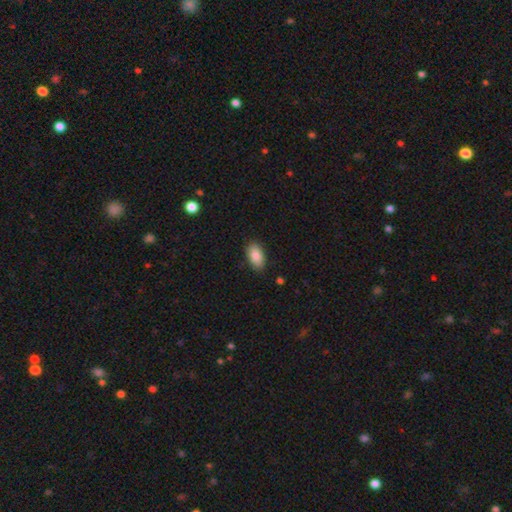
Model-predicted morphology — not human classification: This is clearly a smooth galaxy (88%). How rounded: clearly in between (93%). Merging: clearly none (86%).